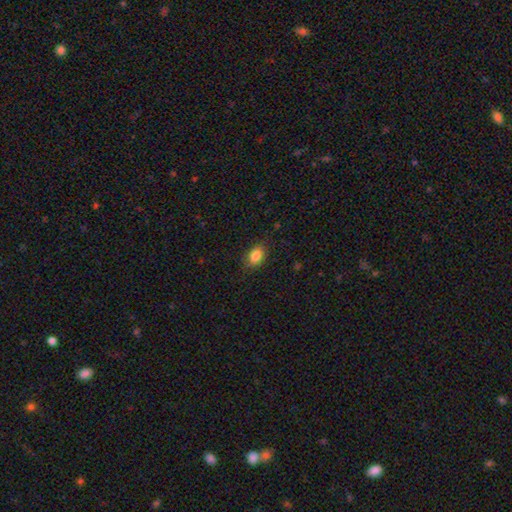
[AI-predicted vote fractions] Q: Smooth or featured?
A: smooth (85%); runner-up: star or artifact (8%)
Q: How rounded?
A: in between (83%); runner-up: round (16%)
Q: Merging?
A: none (83%); runner-up: minor disturbance (13%)